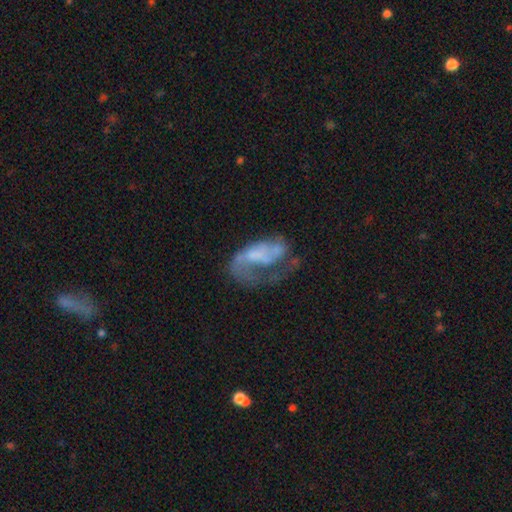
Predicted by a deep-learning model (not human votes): smooth-or-featured: featured or disk: 68% | smooth: 23% | star or artifact: 9%
  disk-edge-on: no: 96% | yes: 4%
    bar: no: 67% | weak: 26% | strong: 7%
    has-spiral-arms: yes: 66% | no: 34%
    bulge-size: none: 49% | small: 26% | moderate: 17% | large: 6% | dominant: 2%
  merging: major disturbance: 48% | none: 28% | minor disturbance: 17% | merger: 8%